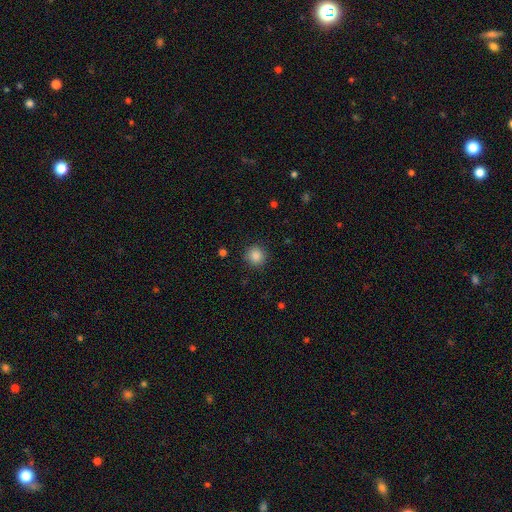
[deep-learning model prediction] smooth-or-featured: smooth: 87% | star or artifact: 10% | featured or disk: 3%
  how-rounded: round: 93% | in between: 6% | cigar-shaped: 1%
  merging: none: 90% | minor disturbance: 7% | major disturbance: 2% | merger: 1%